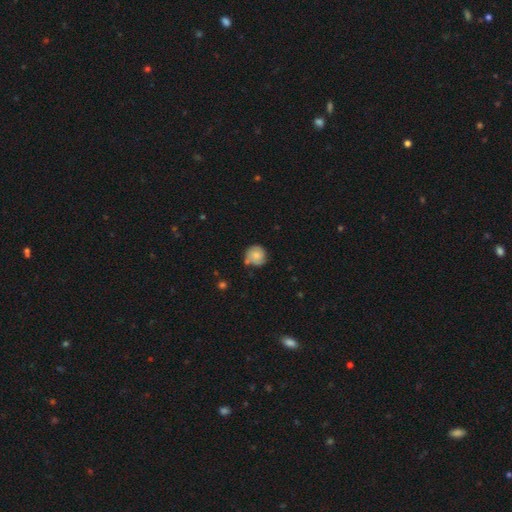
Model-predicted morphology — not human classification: This appears to be a smooth galaxy with no disk features (55%) that is round (89%). Merging: none (66%).